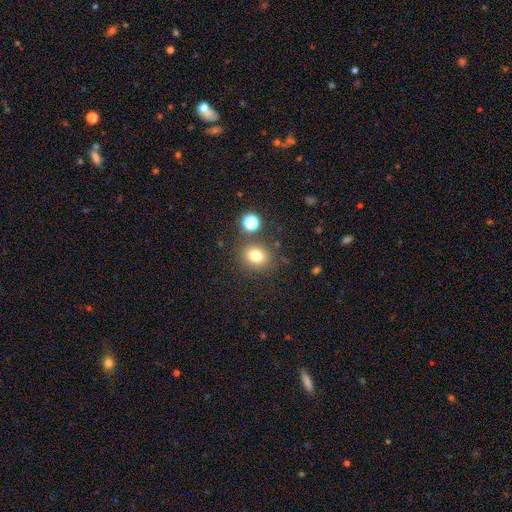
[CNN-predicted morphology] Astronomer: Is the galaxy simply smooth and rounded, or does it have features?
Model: smooth — 76%.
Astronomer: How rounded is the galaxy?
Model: round — 74%.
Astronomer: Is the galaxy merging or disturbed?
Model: none — 80%.